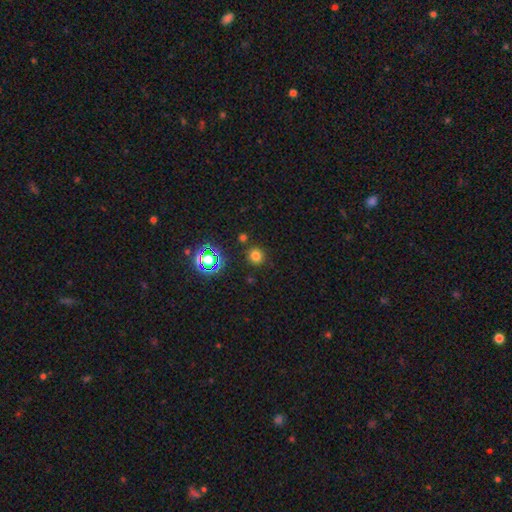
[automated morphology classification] Overall: smooth (72%). How rounded: round (90%). Merging: none (85%).